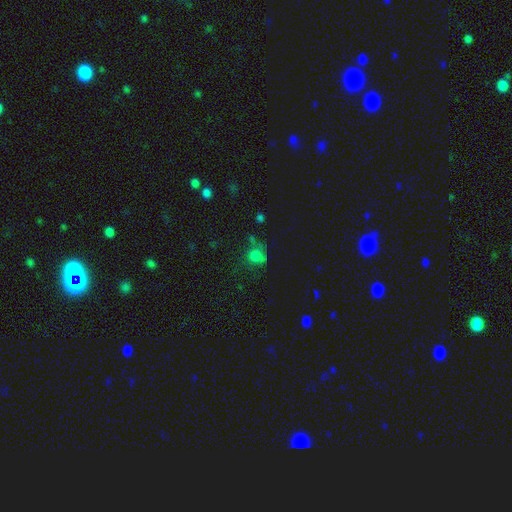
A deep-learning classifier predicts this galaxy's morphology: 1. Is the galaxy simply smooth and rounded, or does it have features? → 69% smooth, 18% star or artifact, 14% featured or disk.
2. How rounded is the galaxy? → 71% round, 28% in between, 1% cigar-shaped.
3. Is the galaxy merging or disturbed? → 46% none, 25% minor disturbance, 19% major disturbance, 10% merger.